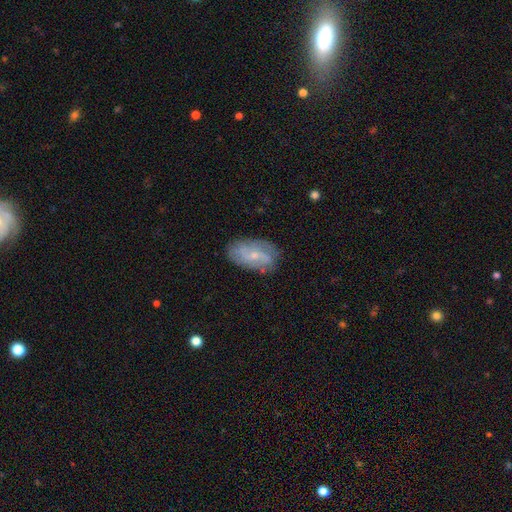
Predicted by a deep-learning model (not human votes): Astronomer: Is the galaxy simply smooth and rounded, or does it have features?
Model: featured or disk — 55%.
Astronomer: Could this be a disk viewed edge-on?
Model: no — 93%.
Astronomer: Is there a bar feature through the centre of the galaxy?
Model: no — 47% (runner-up: weak, 41%).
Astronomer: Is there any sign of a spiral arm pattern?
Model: yes — 77%.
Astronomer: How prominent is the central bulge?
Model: small — 67%.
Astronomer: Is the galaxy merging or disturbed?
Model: none — 76%.